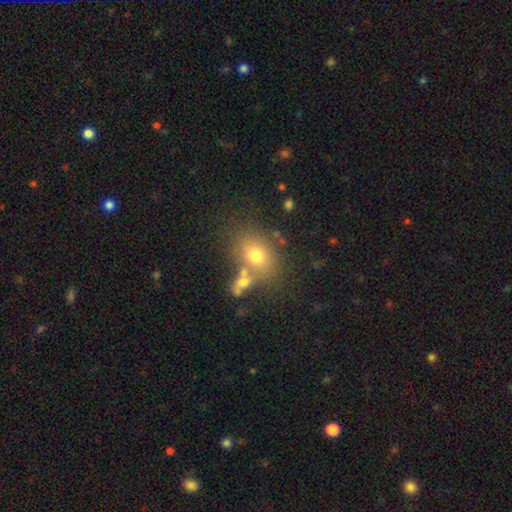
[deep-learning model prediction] smooth-or-featured: smooth: 71% | featured or disk: 16% | star or artifact: 14%
  how-rounded: in between: 56% | round: 43% | cigar-shaped: 1%
  merging: none: 60% | merger: 21% | minor disturbance: 13% | major disturbance: 6%